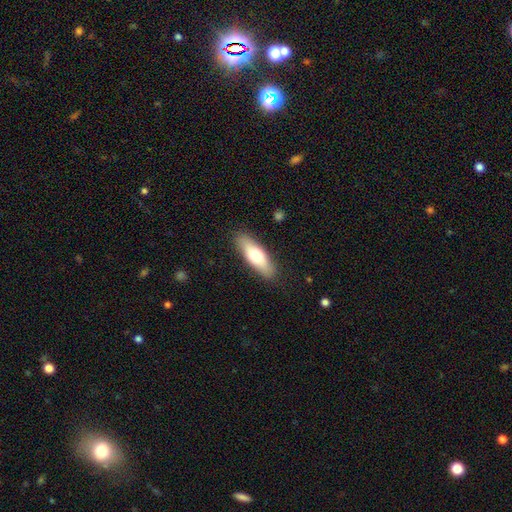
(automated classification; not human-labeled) smooth-or-featured: smooth: 68% | featured or disk: 27% | star or artifact: 6%
  how-rounded: in between: 54% | cigar-shaped: 44% | round: 2%
  merging: none: 88% | minor disturbance: 9% | major disturbance: 2% | merger: 1%